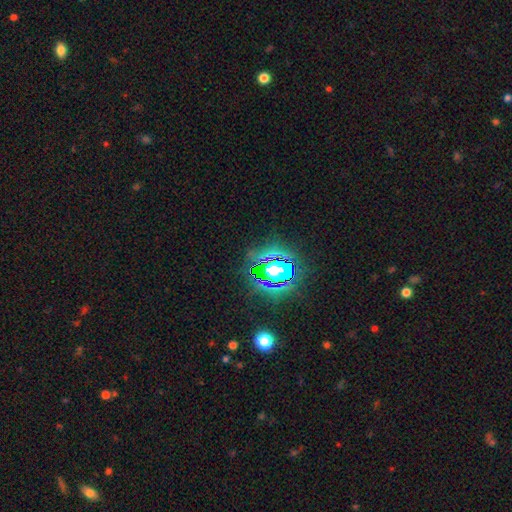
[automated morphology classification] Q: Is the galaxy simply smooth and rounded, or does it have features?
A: star or artifact — 81%.